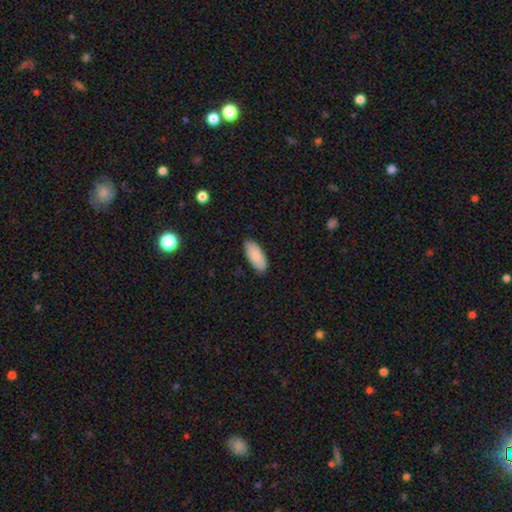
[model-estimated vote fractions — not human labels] smooth-or-featured: smooth: 87% | featured or disk: 7% | star or artifact: 6%
  how-rounded: in between: 88% | cigar-shaped: 10% | round: 2%
  merging: none: 84% | minor disturbance: 13% | major disturbance: 2% | merger: 1%